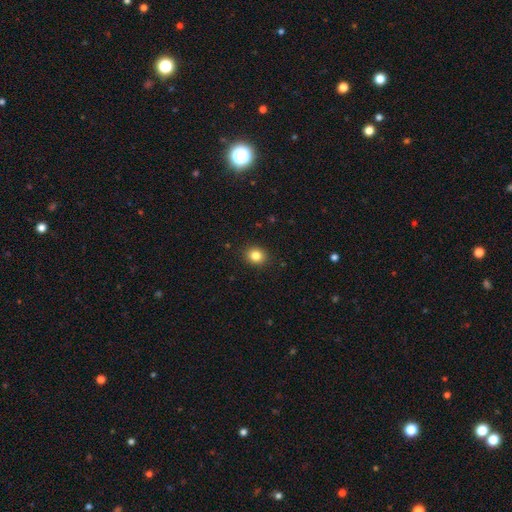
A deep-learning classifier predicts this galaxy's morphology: Overall: smooth (83%). How rounded: round (74%). Merging: none (91%).